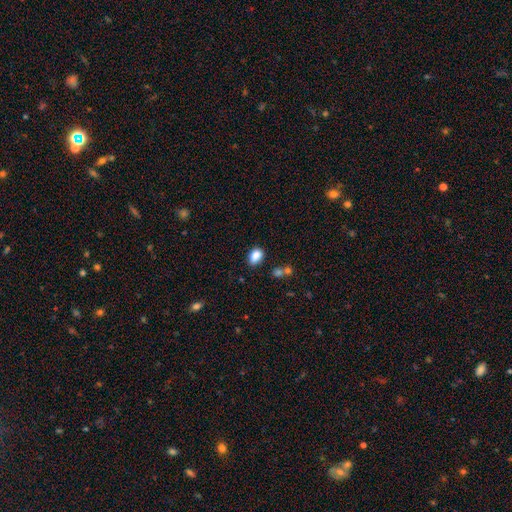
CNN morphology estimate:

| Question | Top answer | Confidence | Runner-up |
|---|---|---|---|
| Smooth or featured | smooth | 87% | star or artifact (9%) |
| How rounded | in between | 82% | round (16%) |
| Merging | none | 78% | minor disturbance (14%) |